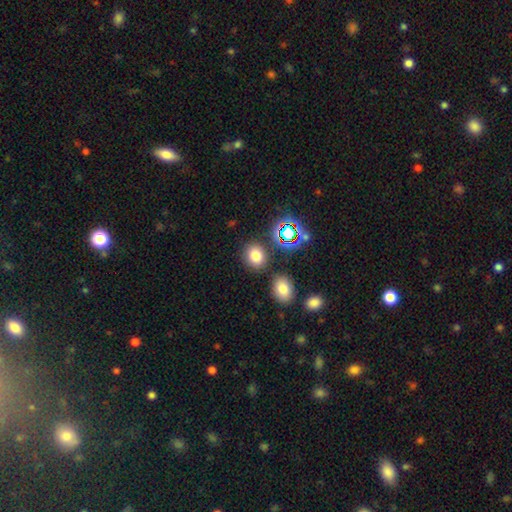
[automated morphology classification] Smooth or featured? smooth (74%)
How rounded? round (64%)
Merging? none (81%)